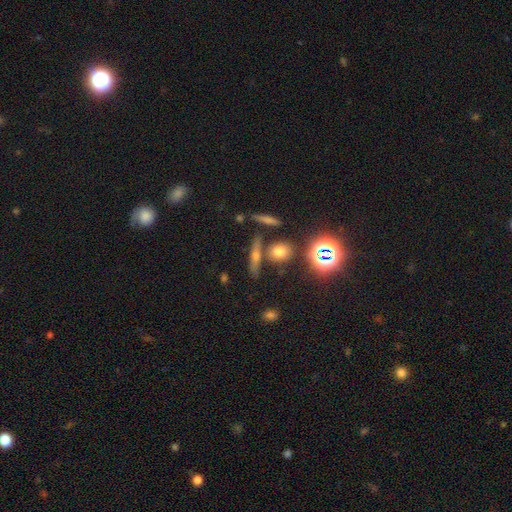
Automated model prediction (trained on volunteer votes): Smooth or featured: featured or disk — 42% (smooth — 31%)
Merging: none — 75% (merger — 12%)